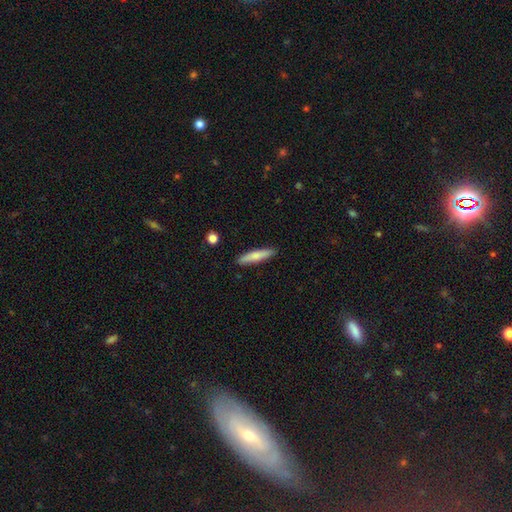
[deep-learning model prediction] smooth-or-featured: smooth: 73% | featured or disk: 21% | star or artifact: 6%
  how-rounded: cigar-shaped: 86% | in between: 13% | round: 2%
  merging: none: 88% | minor disturbance: 8% | major disturbance: 2% | merger: 1%